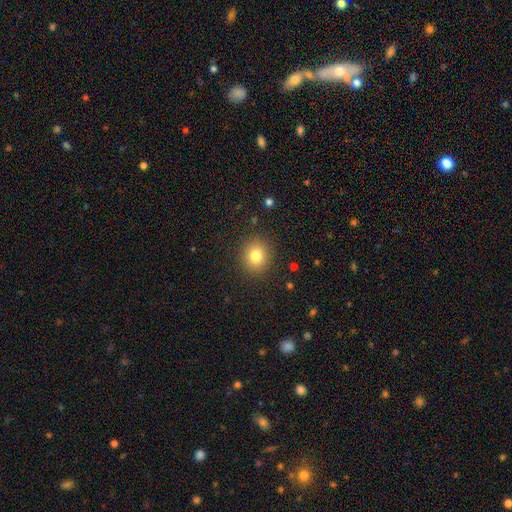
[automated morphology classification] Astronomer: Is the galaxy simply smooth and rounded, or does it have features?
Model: smooth — 79%.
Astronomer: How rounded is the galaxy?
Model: round — 82%.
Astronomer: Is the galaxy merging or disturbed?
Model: none — 89%.